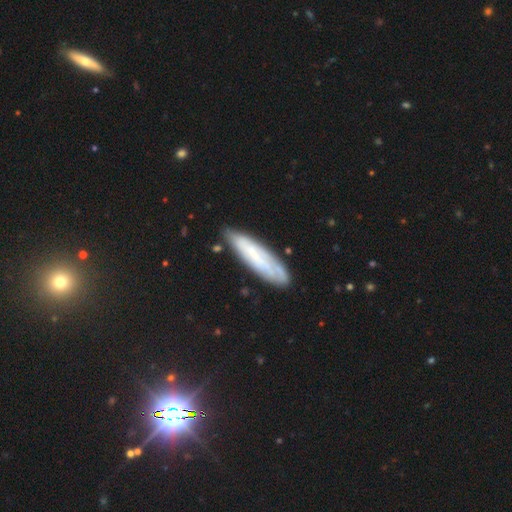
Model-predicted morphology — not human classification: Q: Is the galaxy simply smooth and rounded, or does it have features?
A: smooth — 47%.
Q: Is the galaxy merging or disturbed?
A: none — 76%.